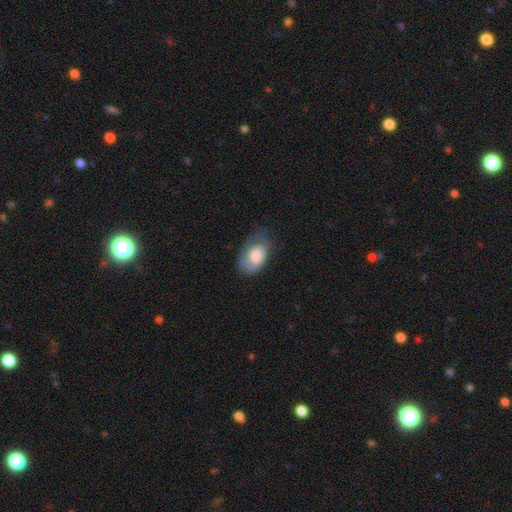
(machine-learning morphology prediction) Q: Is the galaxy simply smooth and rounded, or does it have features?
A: smooth — 76%.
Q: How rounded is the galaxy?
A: in between — 90%.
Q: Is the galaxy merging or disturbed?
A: none — 46%.